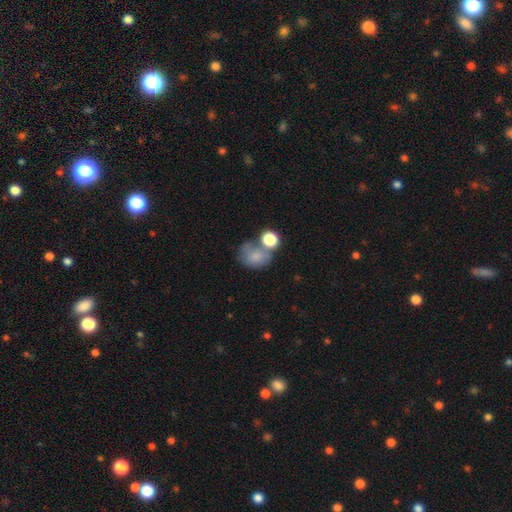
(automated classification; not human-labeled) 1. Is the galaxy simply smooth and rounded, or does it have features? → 75% smooth, 14% featured or disk, 11% star or artifact.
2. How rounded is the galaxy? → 54% in between, 45% round, 1% cigar-shaped.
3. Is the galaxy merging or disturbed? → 34% merger, 33% none, 18% minor disturbance, 14% major disturbance.